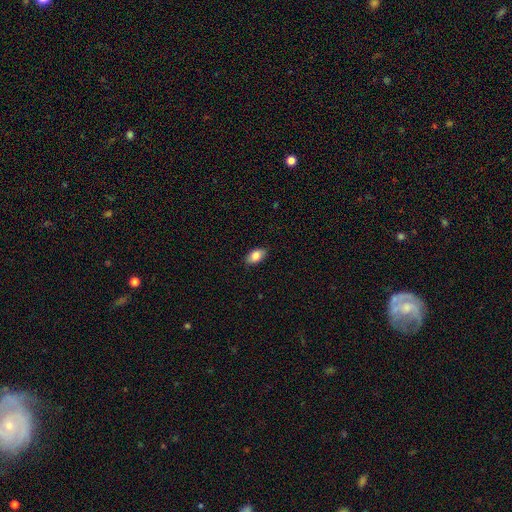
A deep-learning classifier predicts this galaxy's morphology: Smooth or featured?
  - smooth: 84% *
  - featured or disk: 9%
  - star or artifact: 7%
How rounded?
  - in between: 91% *
  - round: 6%
  - cigar-shaped: 2%
Merging?
  - none: 88% *
  - minor disturbance: 10%
  - major disturbance: 2%
  - merger: 1%